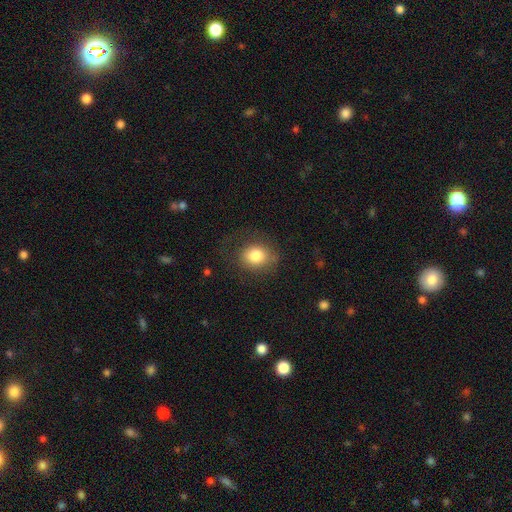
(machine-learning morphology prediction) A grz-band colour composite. It shows a smooth galaxy with no disk features (80%) that is round (60%). Merging: none (71%).